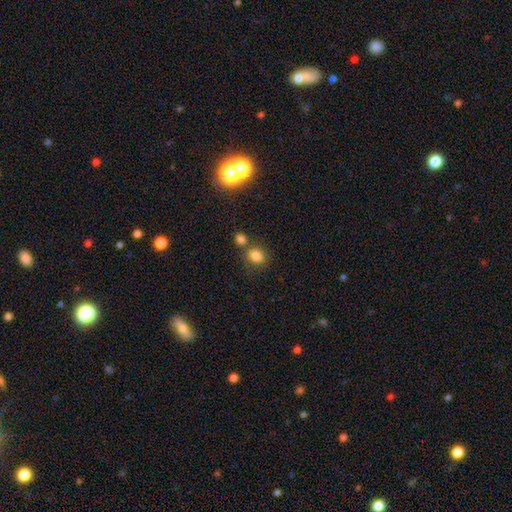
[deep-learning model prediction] smooth-or-featured: smooth: 81% | star or artifact: 13% | featured or disk: 6%
  how-rounded: round: 59% | in between: 40% | cigar-shaped: 1%
  merging: none: 59% | merger: 26% | minor disturbance: 11% | major disturbance: 4%